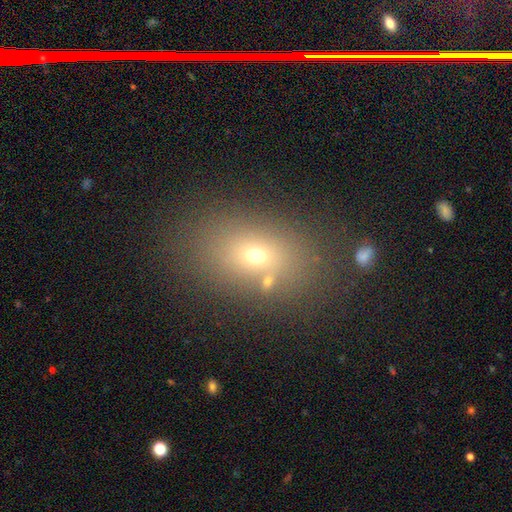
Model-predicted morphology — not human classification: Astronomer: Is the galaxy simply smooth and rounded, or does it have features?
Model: smooth — 62%.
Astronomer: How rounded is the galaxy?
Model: in between — 73%.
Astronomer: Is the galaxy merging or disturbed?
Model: none — 76%.